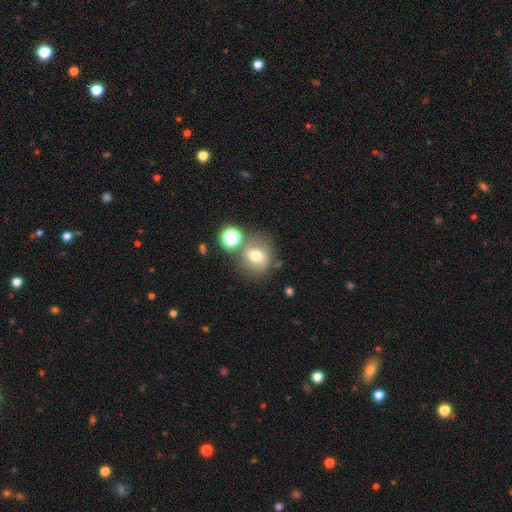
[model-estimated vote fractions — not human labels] Smooth or featured? smooth (66%)
How rounded? round (73%)
Merging? none (63%)